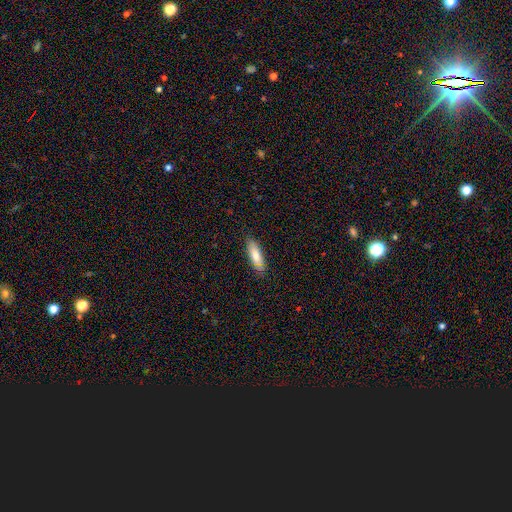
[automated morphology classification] Smooth or featured?
  - smooth: 75% *
  - featured or disk: 19%
  - star or artifact: 6%
How rounded?
  - in between: 51% *
  - cigar-shaped: 47%
  - round: 2%
Merging?
  - none: 83% *
  - minor disturbance: 13%
  - major disturbance: 2%
  - merger: 1%